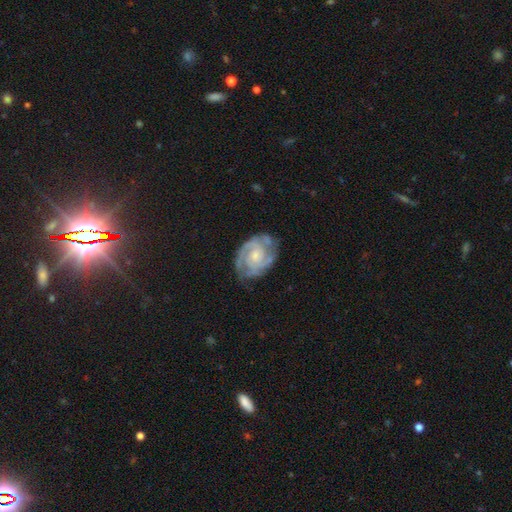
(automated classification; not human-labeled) Smooth or featured? featured or disk (87%)
Edge-on disk? no (98%)
Bar? no (68%)
Spiral arms? yes (96%)
Spiral winding? tight (61%)
Spiral arm count? 2 (54%)
Bulge size? small (53%)
Merging? none (70%)